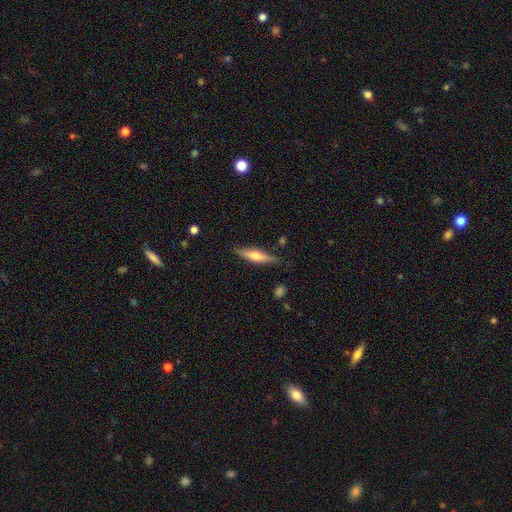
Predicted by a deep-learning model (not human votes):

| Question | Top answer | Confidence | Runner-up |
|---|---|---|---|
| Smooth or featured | featured or disk | 54% | smooth (40%) |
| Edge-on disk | yes | 94% | no (6%) |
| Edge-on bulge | rounded | 88% | boxy (7%) |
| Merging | none | 85% | minor disturbance (11%) |